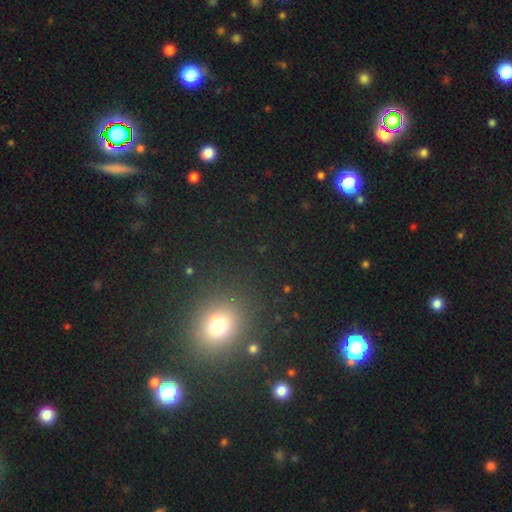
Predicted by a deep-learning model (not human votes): smooth 54%, star or artifact 38%, featured or disk 8%. Down the decision tree: how rounded — round (70%); merging — none (87%).